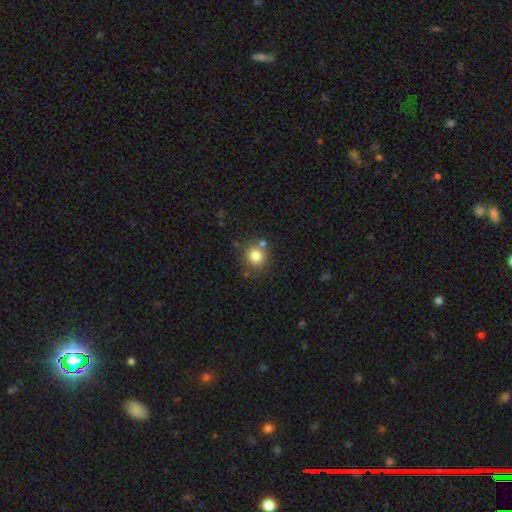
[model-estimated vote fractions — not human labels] smooth_or_featured: smooth (p=0.81) [alt: star or artifact p=0.11]
how_rounded: round (p=0.88) [alt: in between p=0.11]
merging: none (p=0.73) [alt: merger p=0.13]